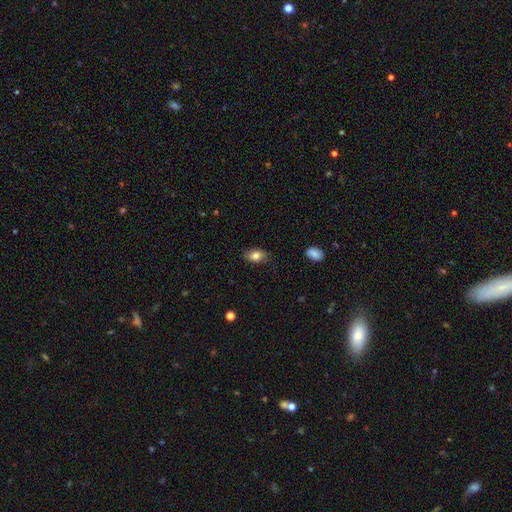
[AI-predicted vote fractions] This appears to be a smooth galaxy with no disk features (82%) that is in between round and cigar-shaped (84%). Merging: none (82%).